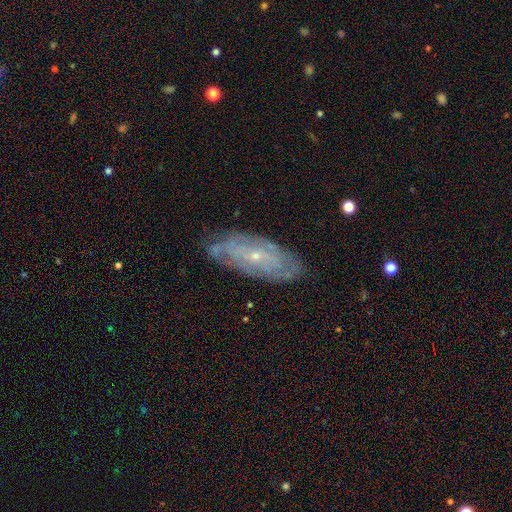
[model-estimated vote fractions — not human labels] Smooth or featured?
  - featured or disk: 74% *
  - smooth: 19%
  - star or artifact: 7%
Edge-on disk?
  - no: 87% *
  - yes: 13%
Bar?
  - no: 69% *
  - weak: 25%
  - strong: 6%
Spiral arms?
  - yes: 82% *
  - no: 18%
Spiral winding?
  - tight: 66% *
  - medium: 25%
  - loose: 8%
Spiral arm count?
  - can't tell: 56% *
  - 2: 18%
  - 3: 9%
  - 4: 8%
  - more than 4: 4%
  - 1: 4%
Bulge size?
  - small: 80% *
  - moderate: 17%
  - none: 1%
  - large: 1%
  - dominant: 1%
Merging?
  - none: 74% *
  - minor disturbance: 20%
  - major disturbance: 5%
  - merger: 2%